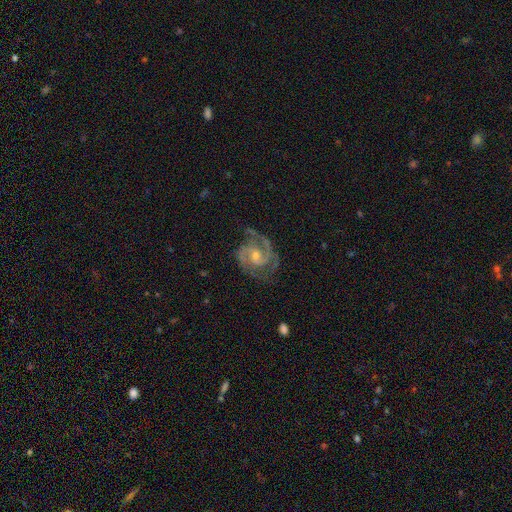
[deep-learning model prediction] Overall: featured or disk (91%). Edge-on disk: no (98%). Bar: no (48%; weak 41%). Spiral arms: yes (98%). Spiral arm count: 2 (74%). Spiral winding: medium (50%; tight 40%). Bulge size: small (50%; moderate 45%). Merging: none (71%).